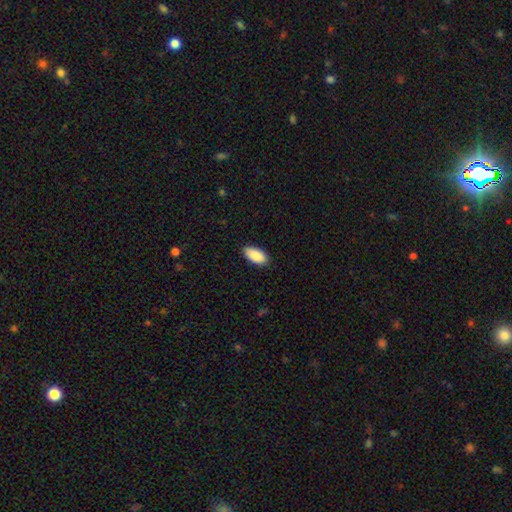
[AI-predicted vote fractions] smooth_or_featured: smooth (p=0.91) [alt: star or artifact p=0.06]
how_rounded: in between (p=0.94) [alt: cigar-shaped p=0.04]
merging: none (p=0.87) [alt: minor disturbance p=0.10]